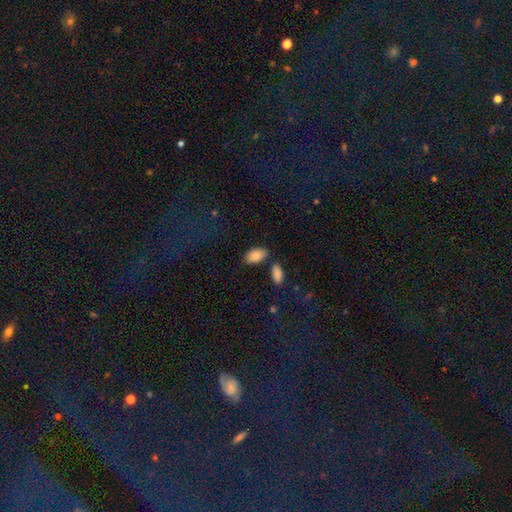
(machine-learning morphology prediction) Smooth or featured? Predicted: smooth (p=0.88). How rounded? Predicted: in between (p=0.94). Merging? Predicted: none (p=0.71).